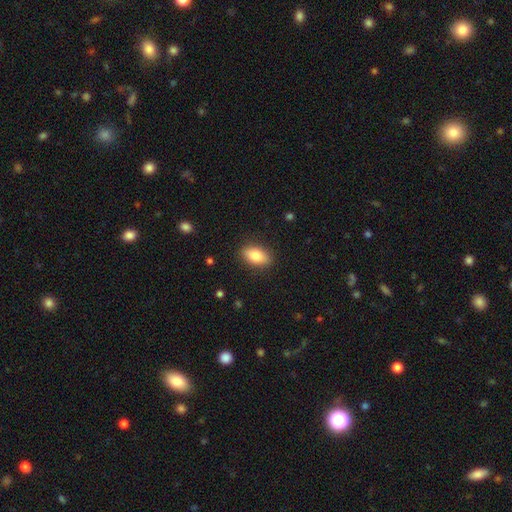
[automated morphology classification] smooth 84%, featured or disk 9%, star or artifact 7%. Down the decision tree: how rounded — in between (90%); merging — none (87%).